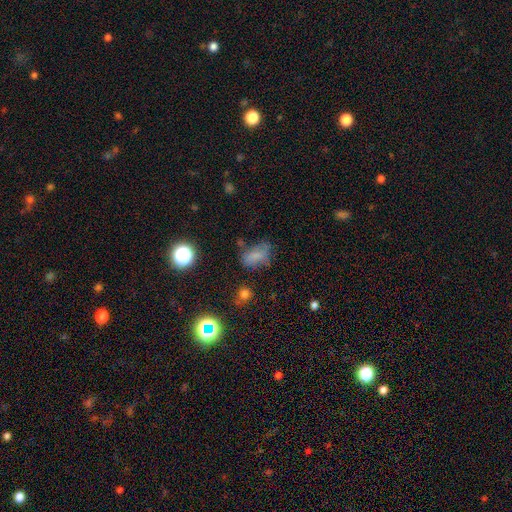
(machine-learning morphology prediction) smooth-or-featured: smooth: 65% | star or artifact: 20% | featured or disk: 15%
  how-rounded: in between: 85% | round: 11% | cigar-shaped: 4%
  merging: none: 49% | minor disturbance: 28% | major disturbance: 17% | merger: 6%